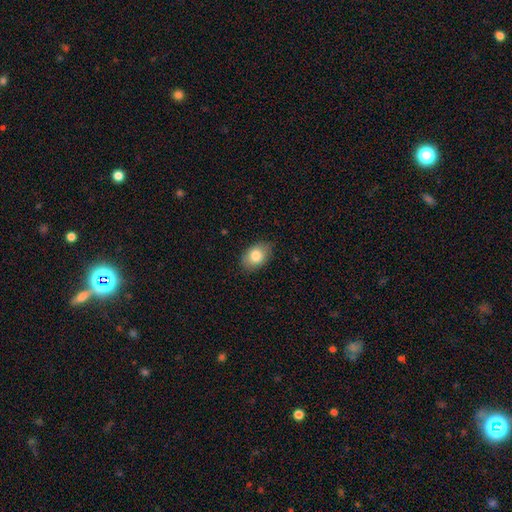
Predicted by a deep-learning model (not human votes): Smooth or featured?
  - smooth: 82% *
  - featured or disk: 10%
  - star or artifact: 7%
How rounded?
  - in between: 83% *
  - round: 16%
  - cigar-shaped: 1%
Merging?
  - none: 83% *
  - minor disturbance: 14%
  - major disturbance: 3%
  - merger: 1%